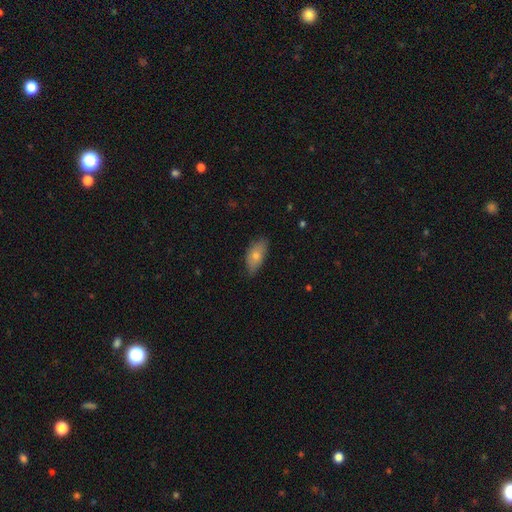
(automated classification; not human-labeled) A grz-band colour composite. It shows a smooth galaxy with no disk features (76%) that is in between round and cigar-shaped (90%). Merging: none (73%).